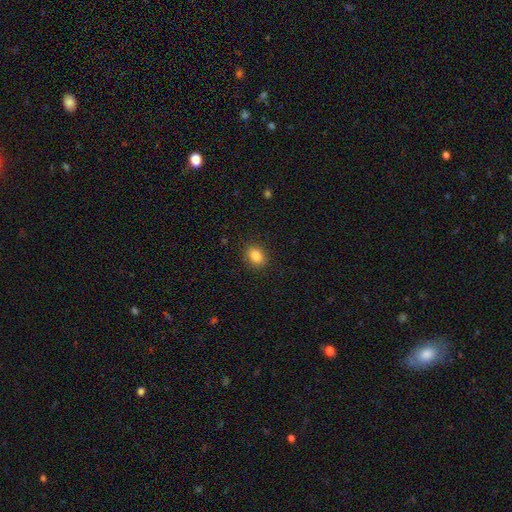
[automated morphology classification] This is clearly a smooth galaxy (86%). How rounded: likely in between (70%). Merging: clearly none (87%).